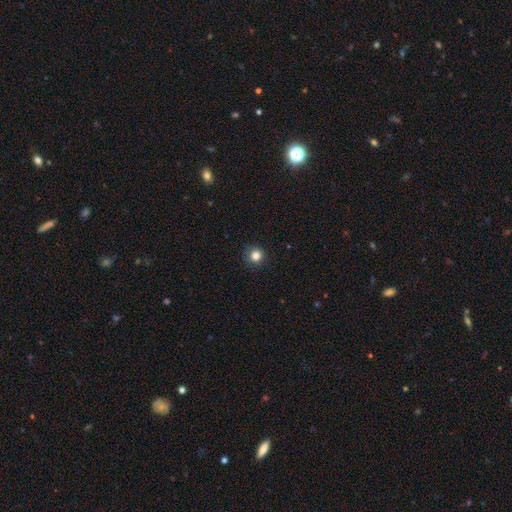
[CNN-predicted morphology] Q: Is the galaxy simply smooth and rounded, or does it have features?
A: smooth — 82%.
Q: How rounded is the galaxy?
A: round — 91%.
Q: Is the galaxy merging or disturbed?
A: none — 84%.